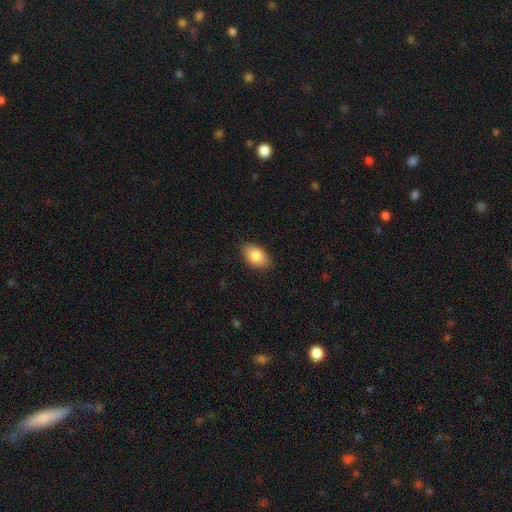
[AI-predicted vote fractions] Q: Smooth or featured?
A: smooth (87%); runner-up: star or artifact (7%)
Q: How rounded?
A: in between (93%); runner-up: round (6%)
Q: Merging?
A: none (87%); runner-up: minor disturbance (10%)